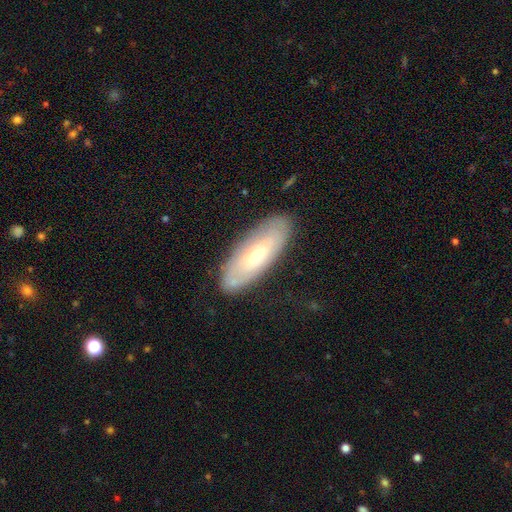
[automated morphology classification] Overall: smooth (50%; featured or disk 44%). Merging: none (83%).